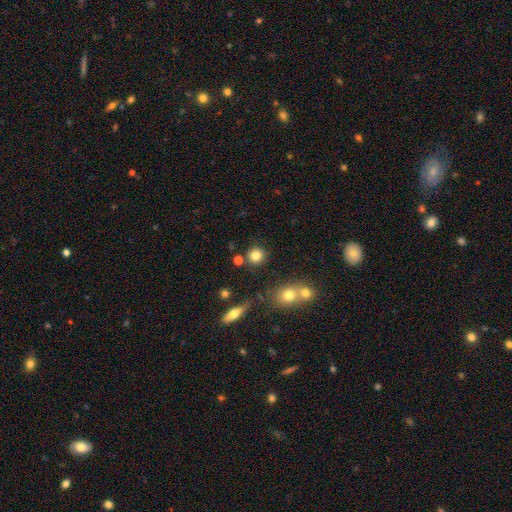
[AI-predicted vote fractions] This is clearly a smooth galaxy (81%). How rounded: clearly round (92%). Merging: clearly none (83%).